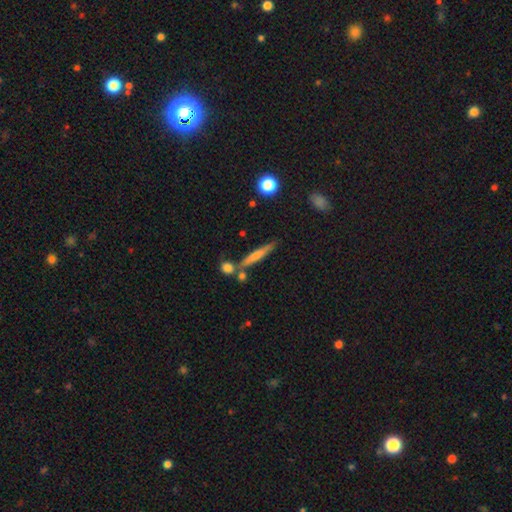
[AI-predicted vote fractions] smooth 61%, featured or disk 32%, star or artifact 7%. Down the decision tree: how rounded — cigar-shaped (91%); merging — none (71%).